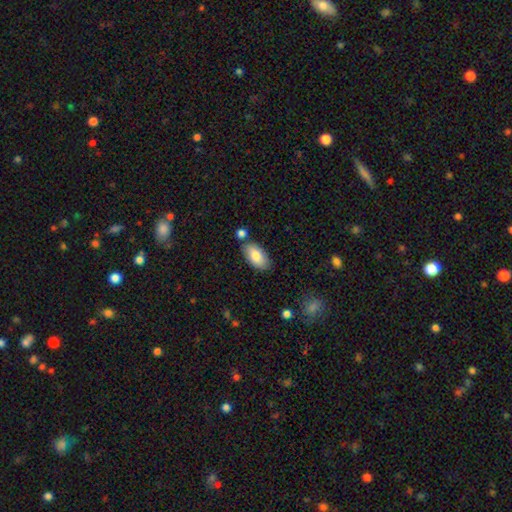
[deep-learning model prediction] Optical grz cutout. It shows a smooth galaxy with no disk features (81%) that is in between round and cigar-shaped (94%). Merging: none (79%).